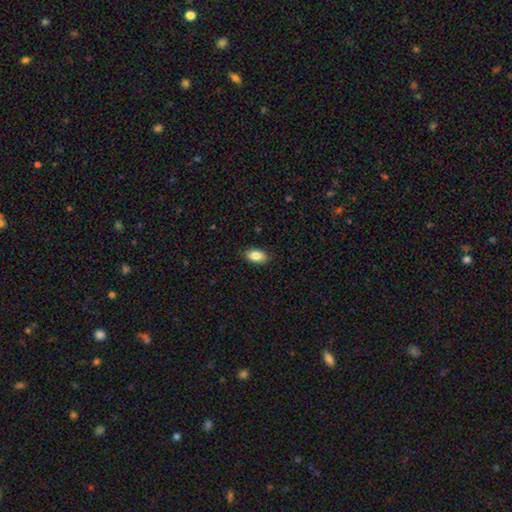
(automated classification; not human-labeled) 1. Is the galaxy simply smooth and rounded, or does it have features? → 86% smooth, 7% star or artifact, 7% featured or disk.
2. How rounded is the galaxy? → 93% in between, 4% round, 3% cigar-shaped.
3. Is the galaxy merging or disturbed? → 88% none, 9% minor disturbance, 2% major disturbance, 1% merger.